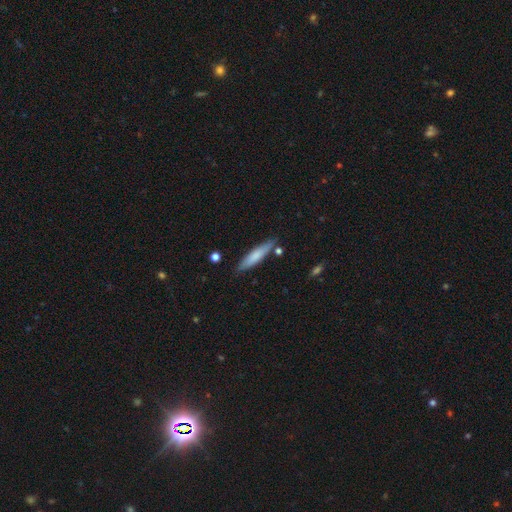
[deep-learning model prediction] Q: Smooth or featured?
A: smooth (72%); runner-up: featured or disk (22%)
Q: How rounded?
A: cigar-shaped (83%); runner-up: in between (15%)
Q: Merging?
A: none (82%); runner-up: minor disturbance (12%)